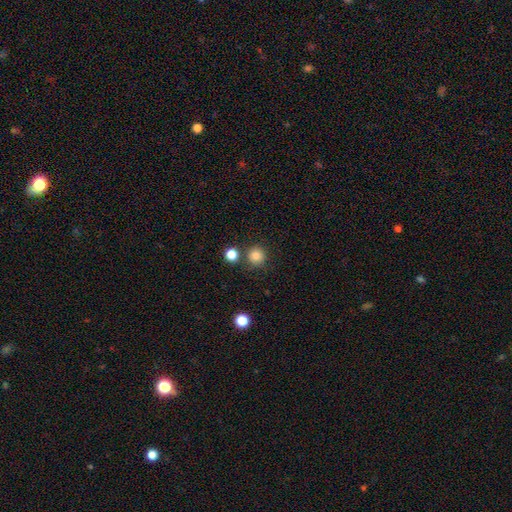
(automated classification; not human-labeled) Q: Smooth or featured?
A: smooth (85%); runner-up: star or artifact (12%)
Q: How rounded?
A: round (95%); runner-up: in between (4%)
Q: Merging?
A: none (83%); runner-up: merger (8%)